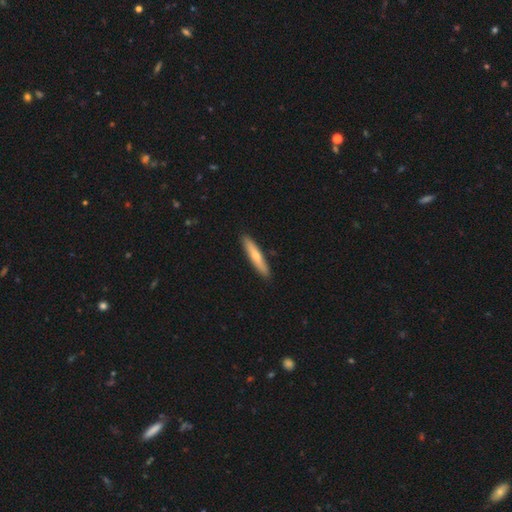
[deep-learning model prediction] This appears to be a smooth galaxy with no disk features (62%) that is cigar-shaped (90%). Merging: none (90%).